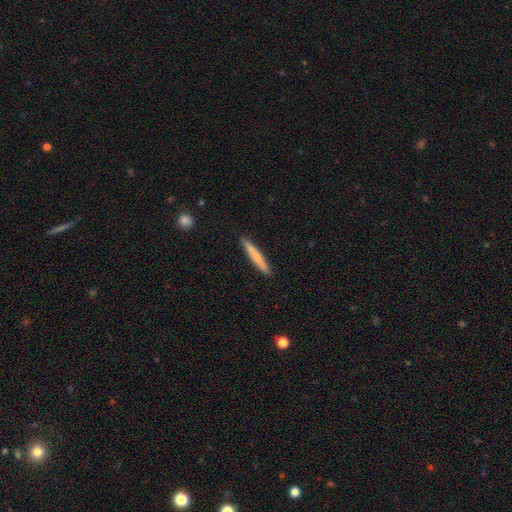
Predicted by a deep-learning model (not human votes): The model was most divided on "smooth or featured": smooth: 68%, featured or disk: 27%, star or artifact: 6%. More confident: how rounded — cigar-shaped (95%); merging — none (90%).